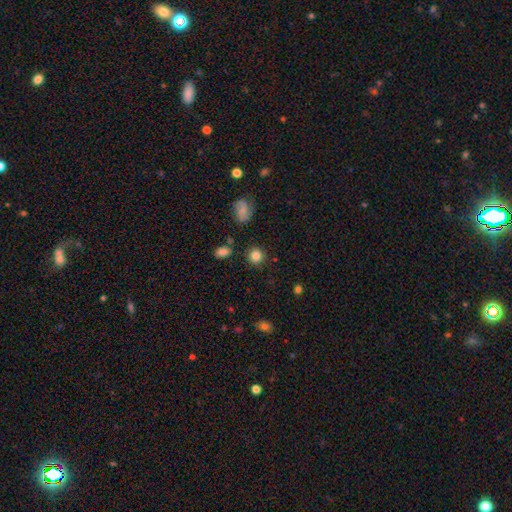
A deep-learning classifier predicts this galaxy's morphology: Smooth or featured? Predicted: smooth (p=0.82). How rounded? Predicted: round (p=0.89). Merging? Predicted: none (p=0.87).